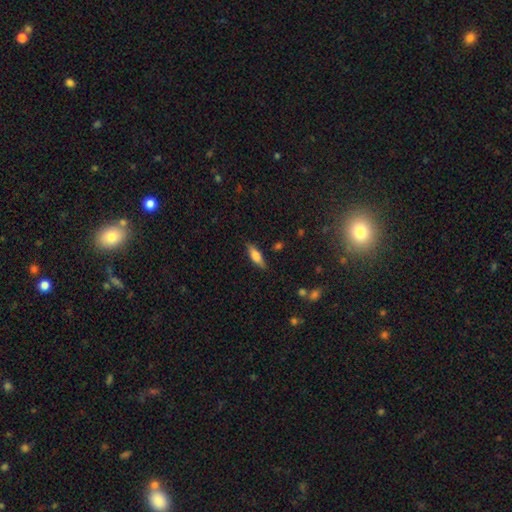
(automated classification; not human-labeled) smooth-or-featured: smooth: 60% | featured or disk: 33% | star or artifact: 7%
  how-rounded: cigar-shaped: 49% (tied) | in between: 49% (tied) | round: 3%
  merging: none: 84% | minor disturbance: 11% | major disturbance: 3% | merger: 2%